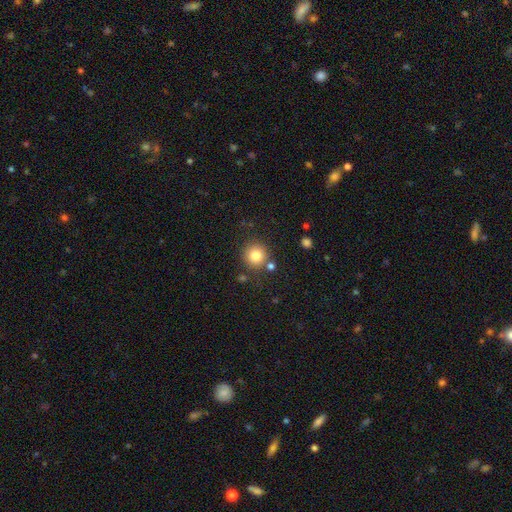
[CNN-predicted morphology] The model was most divided on "smooth or featured": smooth: 81%, star or artifact: 12%, featured or disk: 7%. More confident: how rounded — round (93%); merging — none (81%).